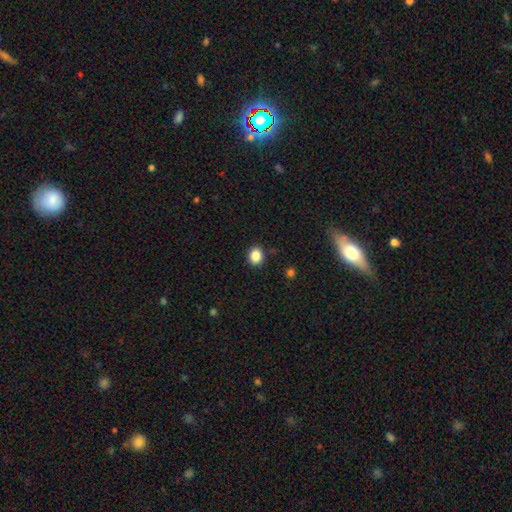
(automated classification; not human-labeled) Morphology: type=smooth (86%); roundness=round (65%); merging=none (90%).